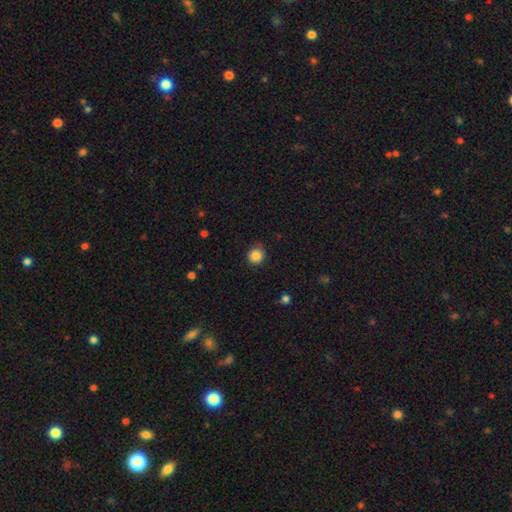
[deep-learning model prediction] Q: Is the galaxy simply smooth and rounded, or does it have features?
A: smooth — 85%.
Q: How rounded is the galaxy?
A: round — 92%.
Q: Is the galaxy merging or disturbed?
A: none — 80%.